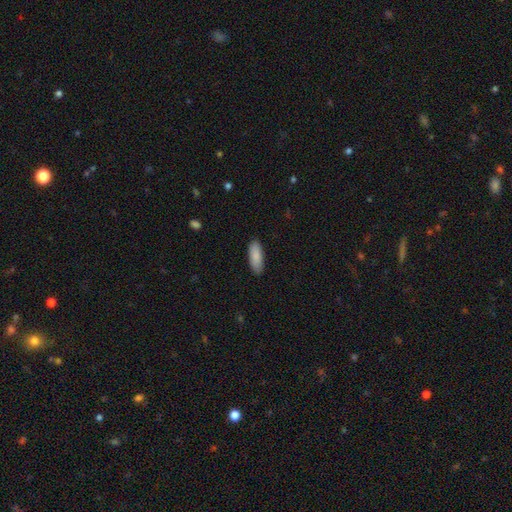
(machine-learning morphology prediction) A smooth galaxy with no disk features (89%) that is in between round and cigar-shaped (69%).

Vote fractions:
- Smooth or featured? smooth: 89% / featured or disk: 6% / star or artifact: 5%
- How rounded? in between: 69% / cigar-shaped: 29% / round: 2%
- Merging? none: 88% / minor disturbance: 9% / major disturbance: 2% / merger: 1%